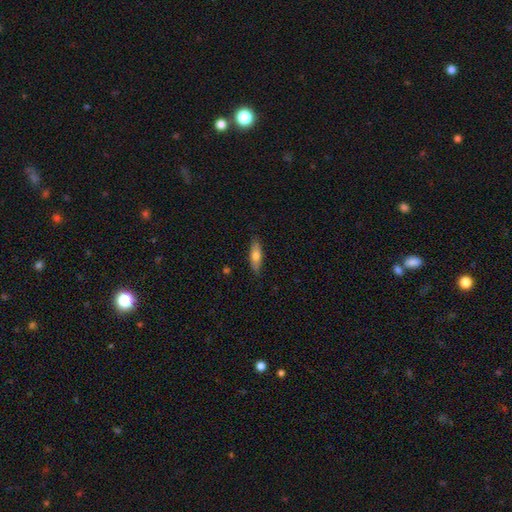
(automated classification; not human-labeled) A smooth galaxy with no disk features (67%) that is cigar-shaped (49%, tied with in between).

Vote fractions:
- Smooth or featured? smooth: 67% / featured or disk: 27% / star or artifact: 6%
- How rounded? cigar-shaped: 49% (tied) / in between: 49% (tied) / round: 2%
- Merging? none: 87% / minor disturbance: 10% / major disturbance: 2% / merger: 1%